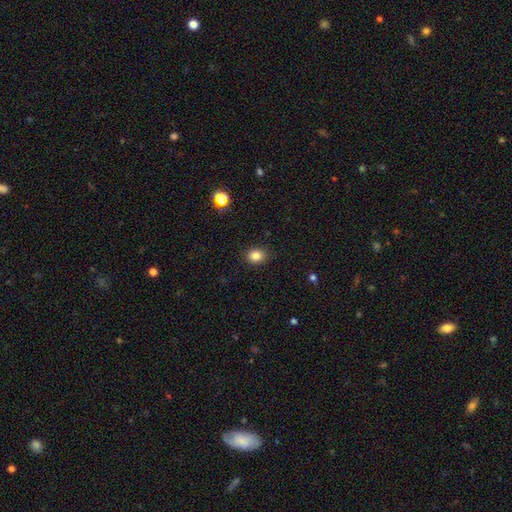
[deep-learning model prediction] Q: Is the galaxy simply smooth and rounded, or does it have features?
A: smooth — 83%.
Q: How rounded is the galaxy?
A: round — 56%.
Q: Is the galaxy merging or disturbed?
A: none — 87%.